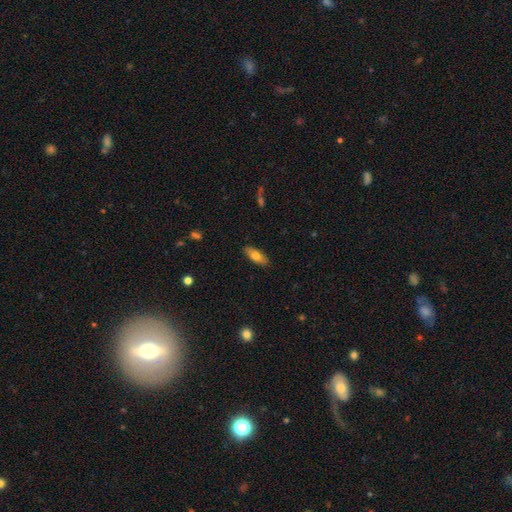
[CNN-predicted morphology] Smooth or featured? smooth (71%)
How rounded? in between (72%)
Merging? none (87%)